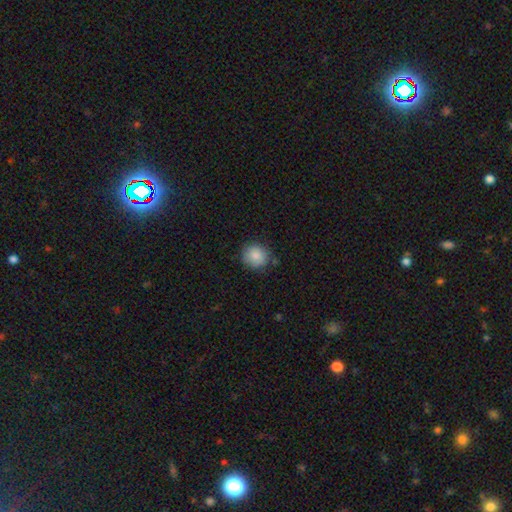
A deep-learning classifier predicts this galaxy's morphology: type=smooth (86%); roundness=round (87%); merging=none (77%).